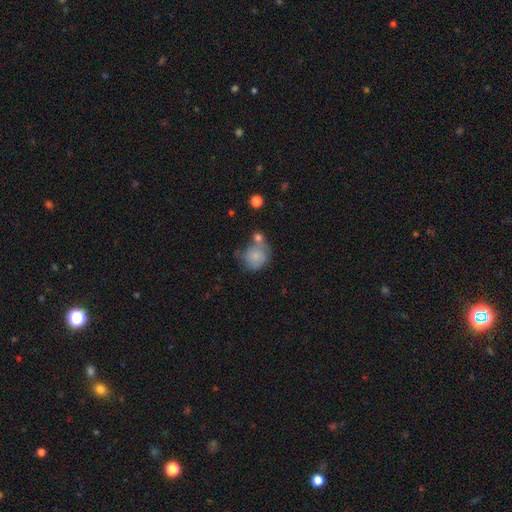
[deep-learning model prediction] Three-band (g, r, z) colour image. It shows a smooth galaxy with no disk features (75%) that is round (78%). Merging: none (40%).